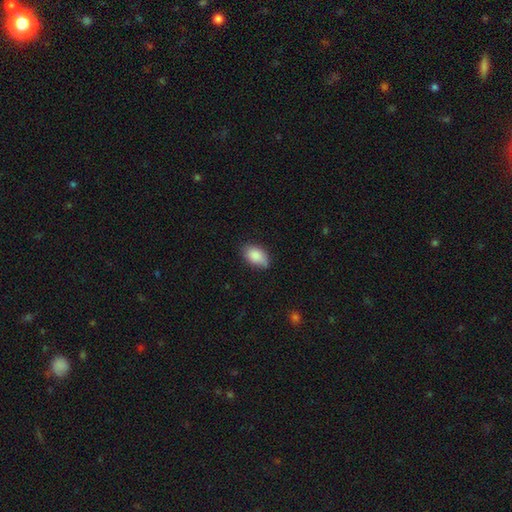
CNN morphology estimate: Overall: smooth (86%). How rounded: in between (91%). Merging: none (68%).